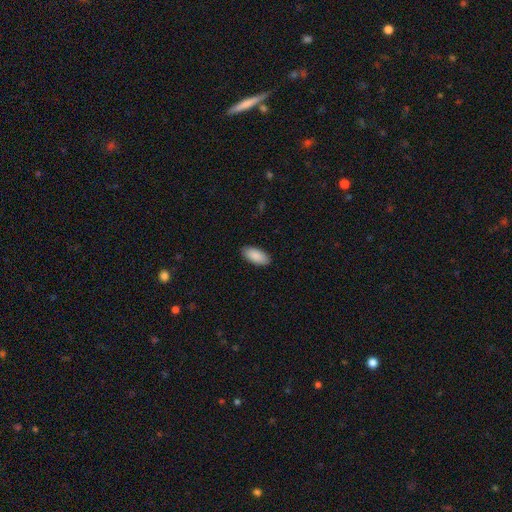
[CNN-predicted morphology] A smooth galaxy with no disk features (90%) that is in between round and cigar-shaped (91%). Merging: none (89%).